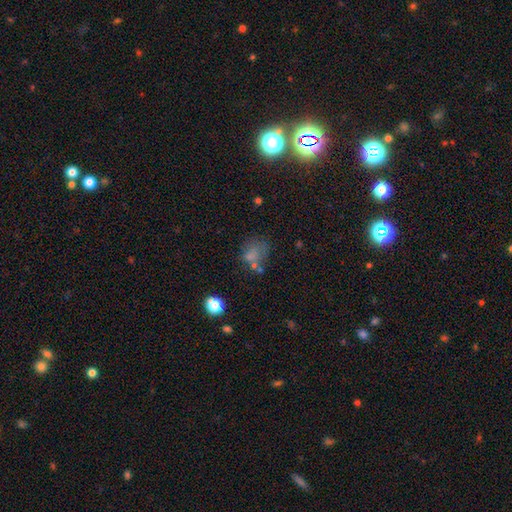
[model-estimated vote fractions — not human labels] Overall: smooth (45%; star or artifact 38%). Merging: none (55%; minor disturbance 18%).